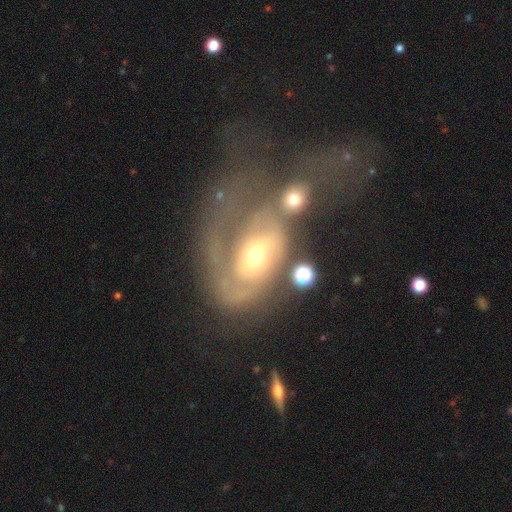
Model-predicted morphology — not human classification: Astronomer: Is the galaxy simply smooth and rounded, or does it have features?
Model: featured or disk — 81%.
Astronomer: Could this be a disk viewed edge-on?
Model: no — 96%.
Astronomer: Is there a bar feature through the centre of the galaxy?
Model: no — 59%.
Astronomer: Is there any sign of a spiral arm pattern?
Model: yes — 87%.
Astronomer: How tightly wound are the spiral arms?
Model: tight — 49% (runner-up: medium, 34%).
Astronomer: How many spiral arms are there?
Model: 1 — 35% (runner-up: 2, 31%).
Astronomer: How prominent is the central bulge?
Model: moderate — 50% (runner-up: small, 43%).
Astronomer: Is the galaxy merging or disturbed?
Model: major disturbance — 38% (runner-up: merger, 33%).